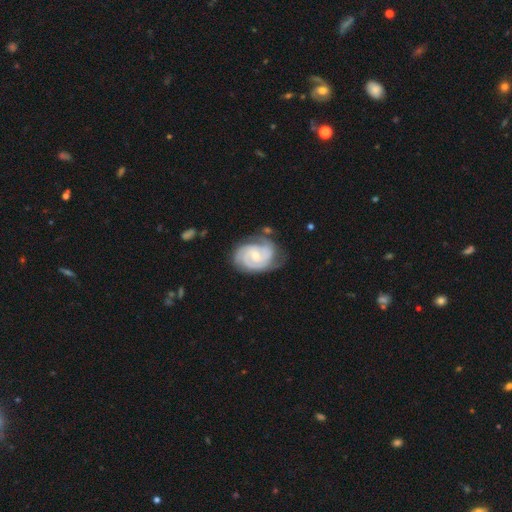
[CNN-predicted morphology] type=featured or disk (88%); edge-on=no (98%); bar=no (57%); spiral arms=yes (97%); winding=tight (68%); arm count=3 (37%); bulge=small (54%); merging=none (64%).